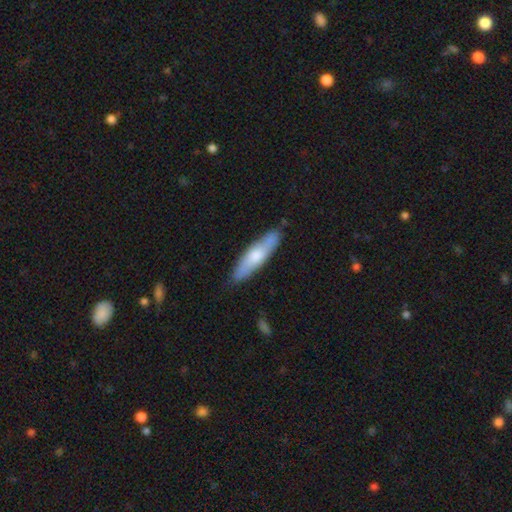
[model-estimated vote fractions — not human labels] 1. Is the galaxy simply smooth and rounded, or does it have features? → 59% smooth, 36% featured or disk, 5% star or artifact.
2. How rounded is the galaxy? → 75% cigar-shaped, 24% in between, 2% round.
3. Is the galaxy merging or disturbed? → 83% none, 13% minor disturbance, 2% major disturbance, 2% merger.